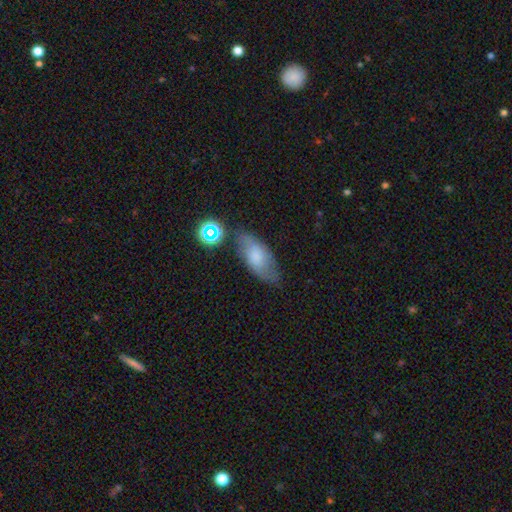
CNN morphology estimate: The model was most divided on "smooth or featured": smooth: 57%, featured or disk: 33%, star or artifact: 10%. More confident: how rounded — in between (83%); merging — none (65%).